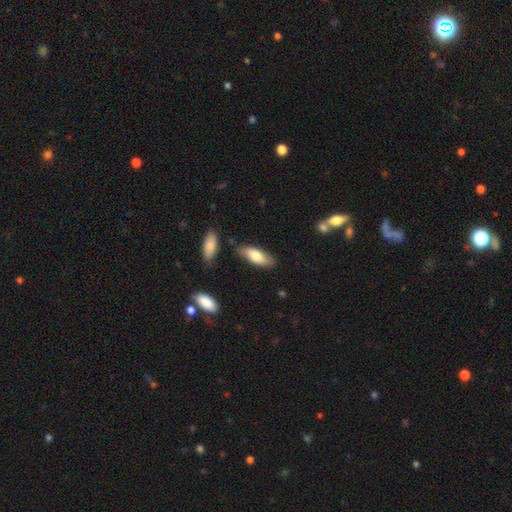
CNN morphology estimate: Smooth or featured? Predicted: smooth (p=0.77). How rounded? Predicted: in between (p=0.73). Merging? Predicted: none (p=0.80).